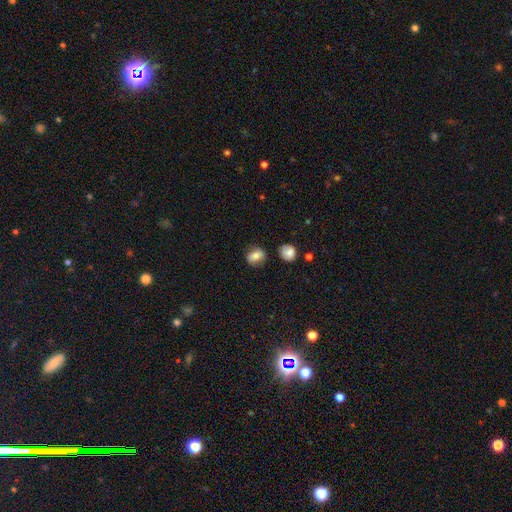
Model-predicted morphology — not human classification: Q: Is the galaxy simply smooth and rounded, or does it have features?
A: smooth — 71%.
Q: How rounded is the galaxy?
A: in between — 56%.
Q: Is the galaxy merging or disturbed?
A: none — 73%.